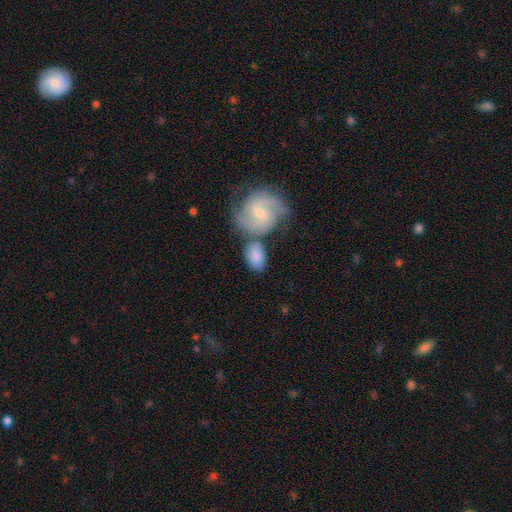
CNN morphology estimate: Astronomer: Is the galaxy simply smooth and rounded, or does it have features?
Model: smooth — 61%.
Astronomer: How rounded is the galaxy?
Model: in between — 83%.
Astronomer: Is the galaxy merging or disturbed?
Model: none — 46% (runner-up: merger, 30%).